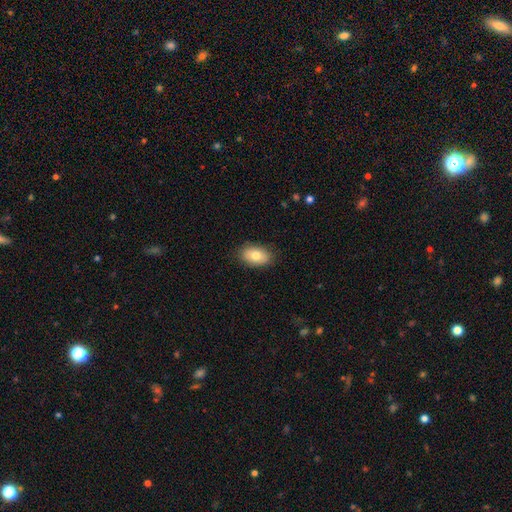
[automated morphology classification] The model was most divided on "smooth or featured": smooth: 79%, featured or disk: 14%, star or artifact: 7%. More confident: how rounded — in between (90%); merging — none (87%).